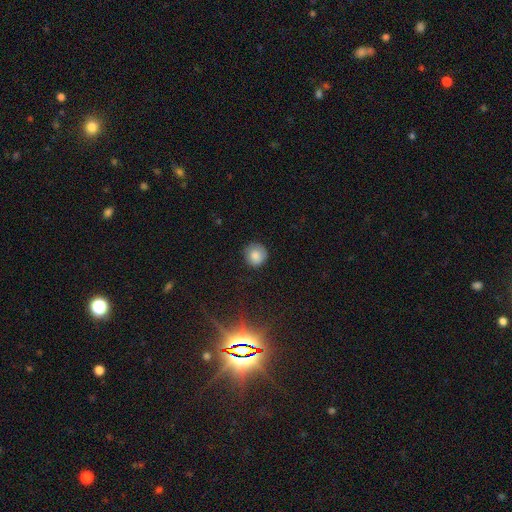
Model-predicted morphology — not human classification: The model was most divided on "merging": none: 83%, minor disturbance: 13%, major disturbance: 3%, merger: 1%. More confident: how rounded — round (93%); smooth or featured — smooth (83%).